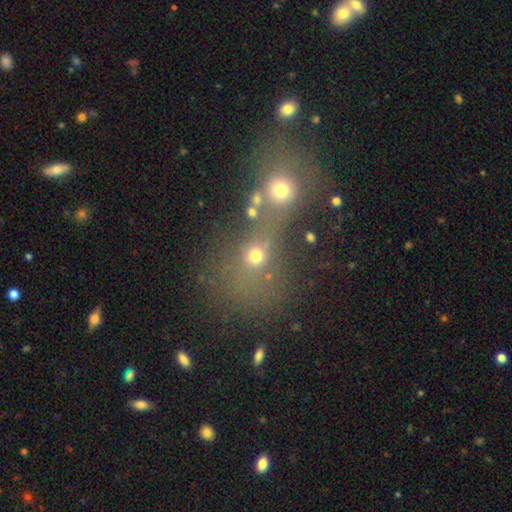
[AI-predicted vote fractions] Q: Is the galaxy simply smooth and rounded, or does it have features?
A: smooth — 61%.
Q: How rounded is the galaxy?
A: round — 65%.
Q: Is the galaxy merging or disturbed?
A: merger — 45%.